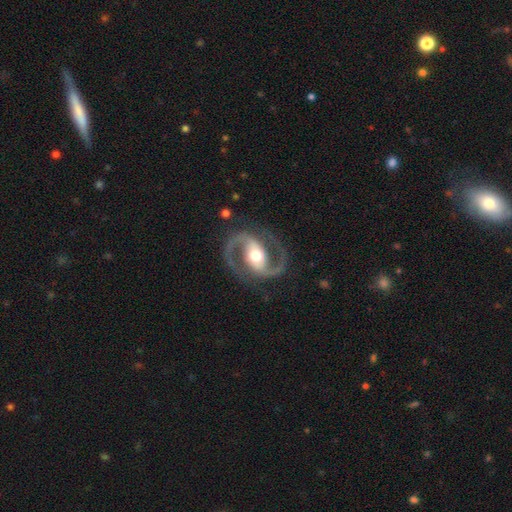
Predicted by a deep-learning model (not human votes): A featured or disk galaxy (93%) with a strong bar (45%), 2 (94%) medium (65%) spiral arms (97%) and a moderate central bulge (70%). Merging: none (84%).